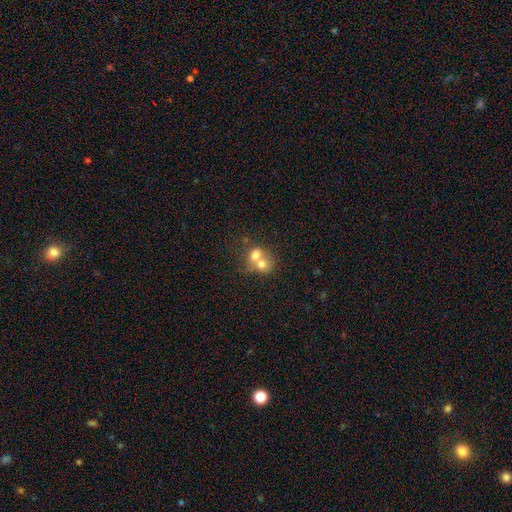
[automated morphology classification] Q: Smooth or featured?
A: smooth (68%); runner-up: featured or disk (22%)
Q: How rounded?
A: round (63%); runner-up: in between (36%)
Q: Merging?
A: merger (73%); runner-up: none (19%)